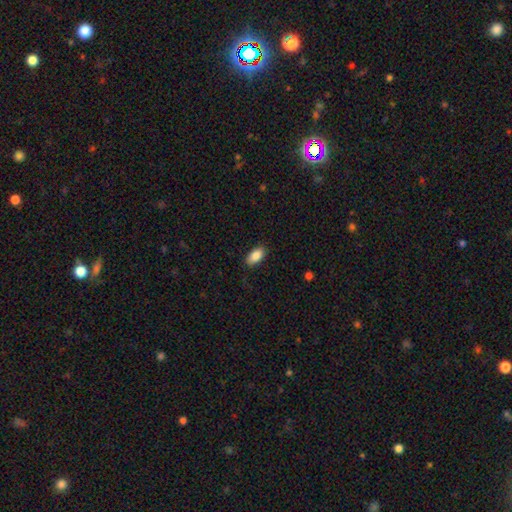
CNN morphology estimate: smooth-or-featured: smooth: 87% | star or artifact: 7% | featured or disk: 6%
  how-rounded: in between: 93% | cigar-shaped: 4% | round: 3%
  merging: none: 87% | minor disturbance: 10% | major disturbance: 2% | merger: 1%